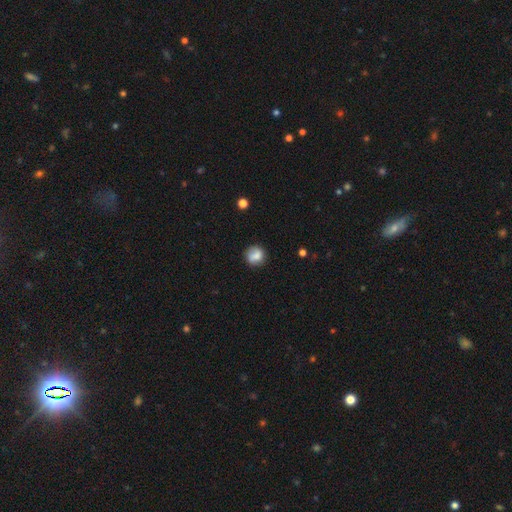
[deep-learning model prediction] smooth_or_featured: smooth (p=0.74) [alt: featured or disk p=0.17]
how_rounded: round (p=0.83) [alt: in between p=0.16]
merging: none (p=0.75) [alt: minor disturbance p=0.17]